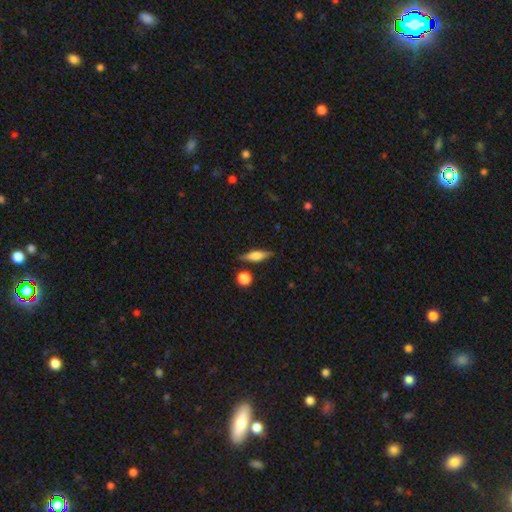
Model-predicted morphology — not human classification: Overall: smooth (60%; featured or disk 33%). How rounded: cigar-shaped (60%; in between 35%). Merging: none (82%).